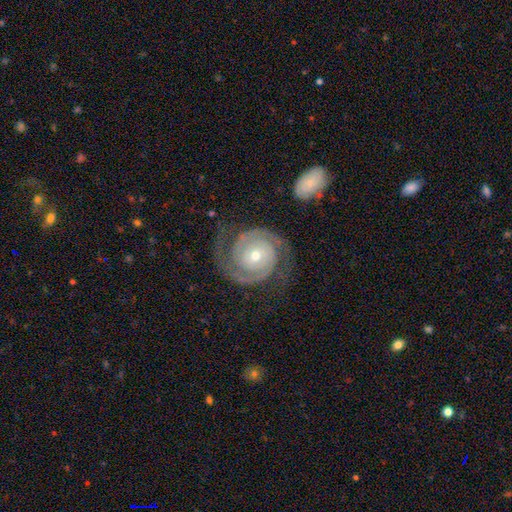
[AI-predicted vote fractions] A featured or disk galaxy (93%) with no bar (71%), 2 (93%) tight (68%) spiral arms (99%) and a small central bulge (52%). Merging: none (81%).